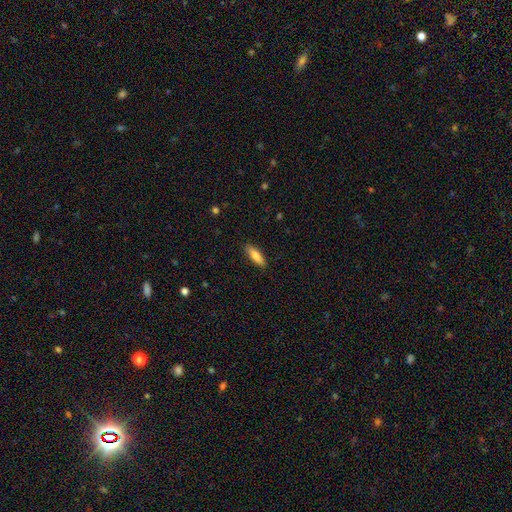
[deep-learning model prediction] A smooth galaxy with no disk features (82%) that is cigar-shaped (52%). Merging: none (88%).